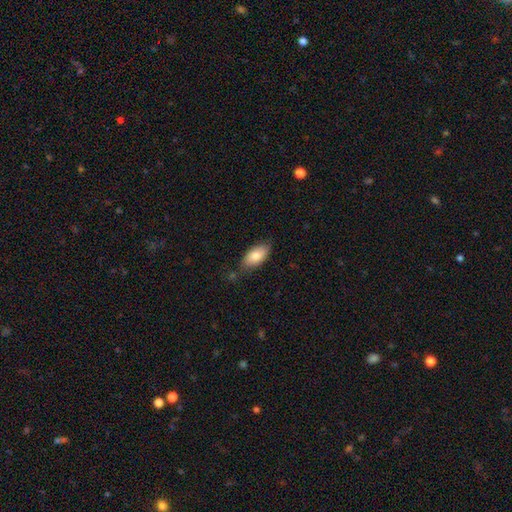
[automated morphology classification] This is clearly a smooth galaxy (81%). How rounded: clearly in between (92%). Merging: likely none (72%).